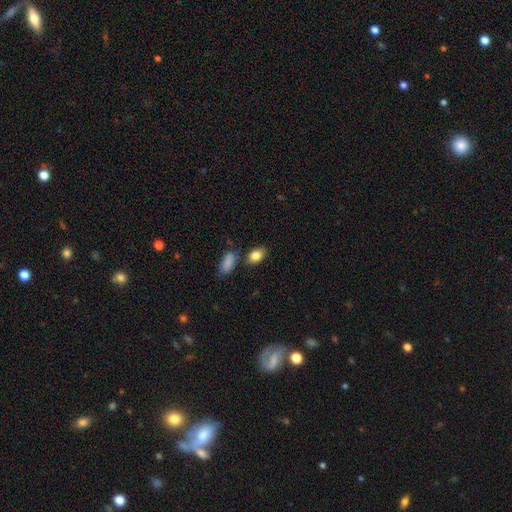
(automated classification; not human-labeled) The model was most divided on "merging": none: 73%, minor disturbance: 13%, merger: 10%, major disturbance: 3%. More confident: smooth or featured — smooth (85%); how rounded — in between (83%).